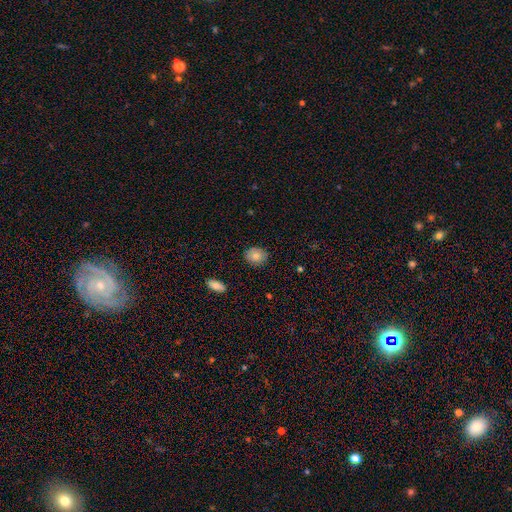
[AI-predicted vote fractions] This appears to be a smooth galaxy with no disk features (81%) that is round (51%). Merging: none (84%).